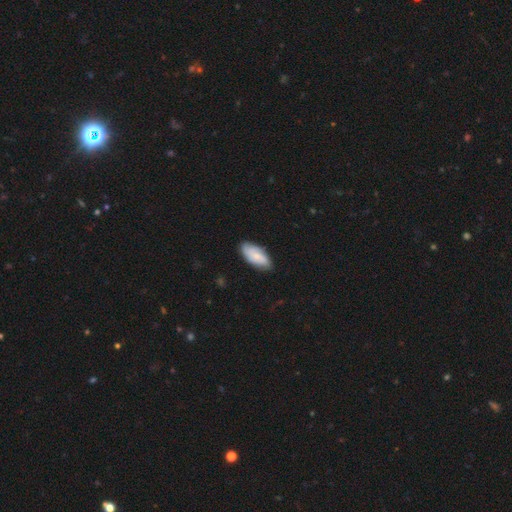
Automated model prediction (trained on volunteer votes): This is possibly a smooth galaxy (59%). How rounded: clearly in between (89%). Merging: likely none (76%).